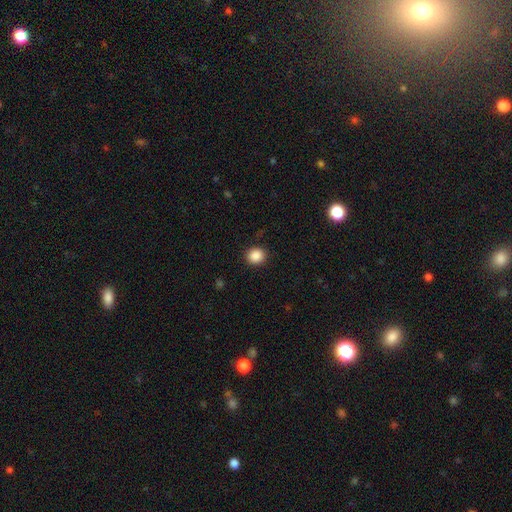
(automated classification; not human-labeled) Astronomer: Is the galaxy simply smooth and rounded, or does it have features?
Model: smooth — 88%.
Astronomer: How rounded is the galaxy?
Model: round — 84%.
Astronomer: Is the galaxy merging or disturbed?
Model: none — 91%.